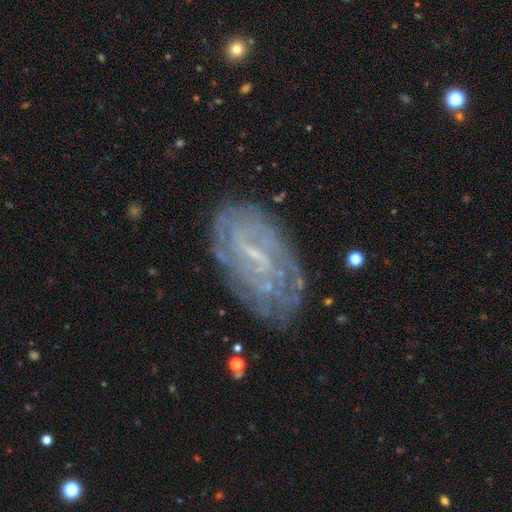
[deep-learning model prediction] Smooth or featured?
  - featured or disk: 77% *
  - smooth: 13%
  - star or artifact: 10%
Edge-on disk?
  - no: 95% *
  - yes: 5%
Bar?
  - weak: 50% *
  - strong: 25%
  - no: 24%
Spiral arms?
  - yes: 85% *
  - no: 15%
Spiral winding?
  - tight: 66% *
  - medium: 25%
  - loose: 9%
Spiral arm count?
  - can't tell: 49% *
  - 2: 21%
  - 3: 11%
  - 4: 8%
  - more than 4: 6%
  - 1: 6%
Bulge size?
  - small: 66% *
  - none: 20%
  - moderate: 12%
  - large: 1%
  - dominant: 1%
Merging?
  - none: 74% *
  - minor disturbance: 17%
  - major disturbance: 7%
  - merger: 2%